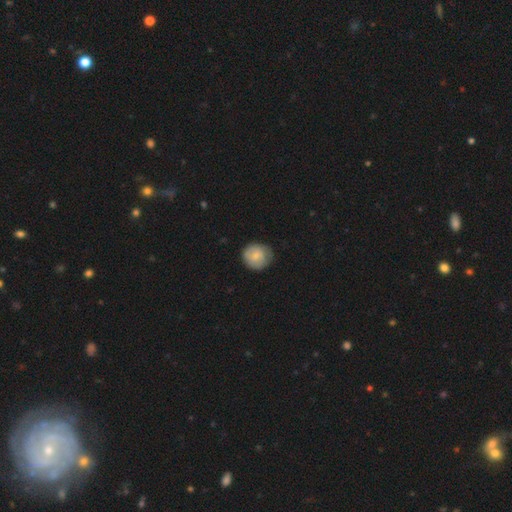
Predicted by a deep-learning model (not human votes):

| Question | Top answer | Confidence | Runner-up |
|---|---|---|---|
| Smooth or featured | smooth | 74% | featured or disk (19%) |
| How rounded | round | 86% | in between (13%) |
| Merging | none | 71% | minor disturbance (23%) |